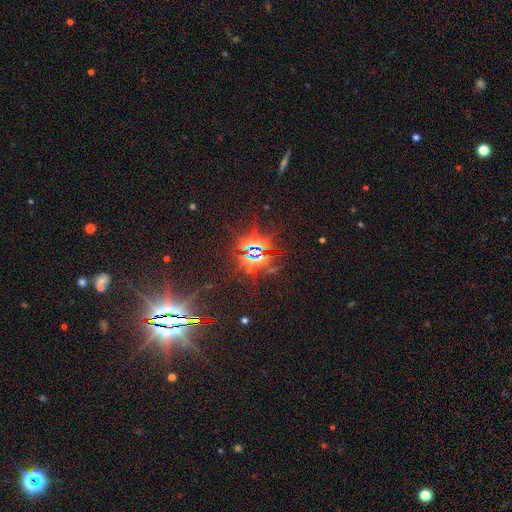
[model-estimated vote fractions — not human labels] Smooth or featured? star or artifact (87%)